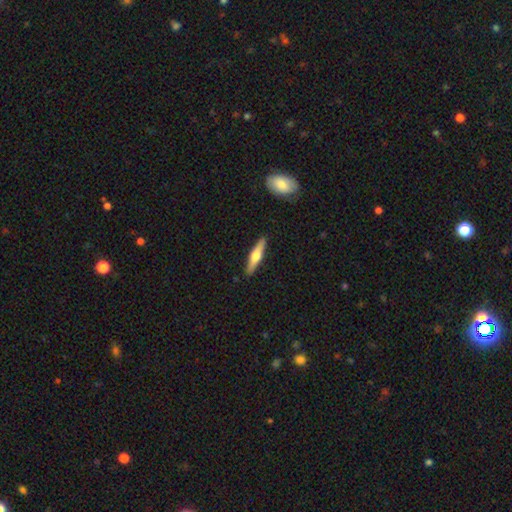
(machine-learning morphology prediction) Smooth or featured? featured or disk (55%)
Edge-on disk? yes (95%)
Edge-on bulge? rounded (93%)
Merging? none (90%)